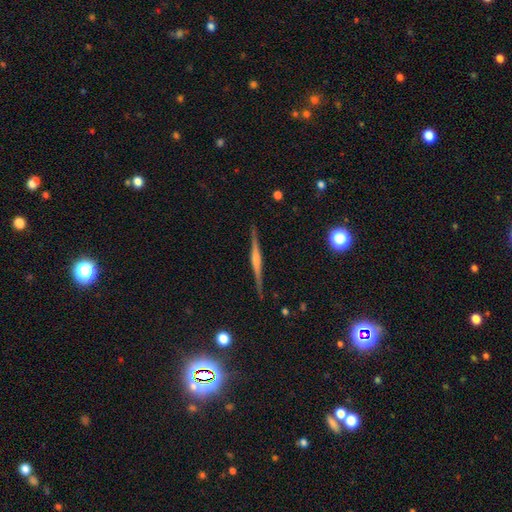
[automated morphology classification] type=featured or disk (78%); edge-on=yes (98%); edge-on bulge=rounded (62%); merging=none (91%).